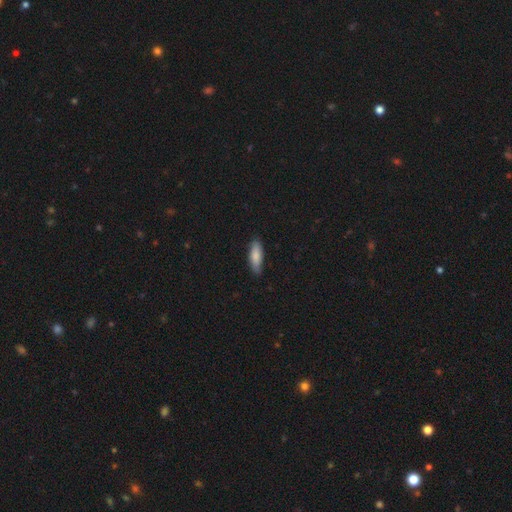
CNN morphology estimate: smooth 83%, featured or disk 11%, star or artifact 6%. Down the decision tree: how rounded — in between (55%); merging — none (82%).